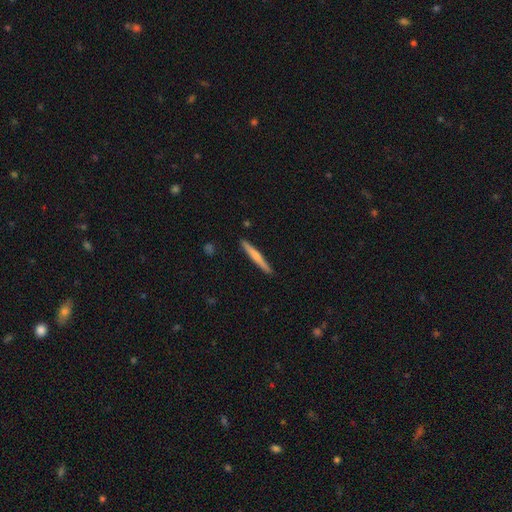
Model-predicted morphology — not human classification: smooth 57%, featured or disk 38%, star or artifact 5%. Down the decision tree: how rounded — cigar-shaped (96%); merging — none (91%).